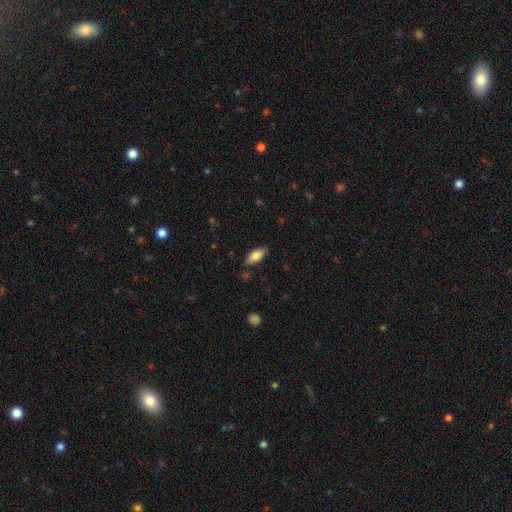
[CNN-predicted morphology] A smooth galaxy with no disk features (80%) that is in between round and cigar-shaped (84%). Merging: none (83%).